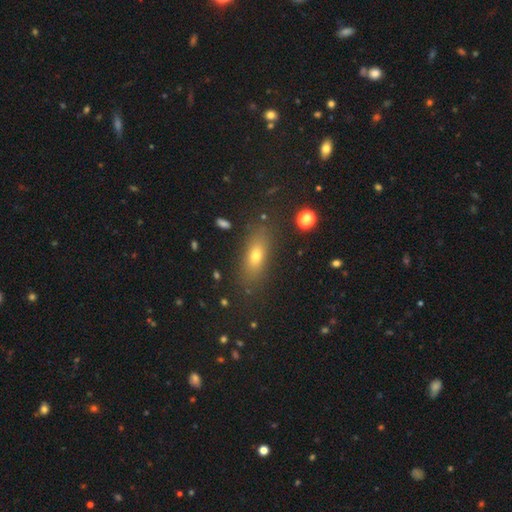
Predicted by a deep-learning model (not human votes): smooth_or_featured: smooth (p=0.67) [alt: featured or disk p=0.19]
how_rounded: in between (p=0.63) [alt: cigar-shaped p=0.30]
merging: none (p=0.82) [alt: minor disturbance p=0.11]